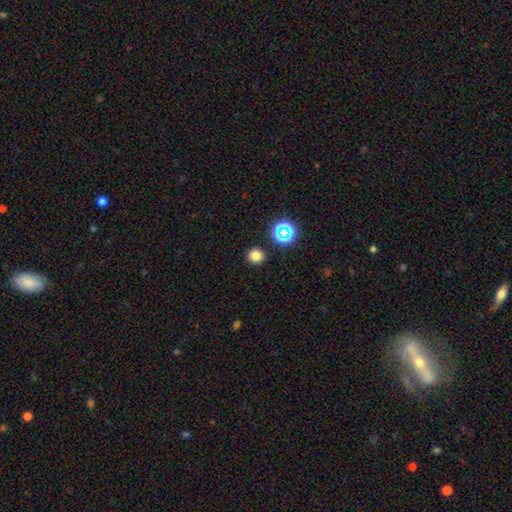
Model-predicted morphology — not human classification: smooth-or-featured: smooth: 78% | star or artifact: 17% | featured or disk: 5%
  how-rounded: round: 93% | in between: 6% | cigar-shaped: 1%
  merging: none: 91% | minor disturbance: 5% | major disturbance: 2% | merger: 2%